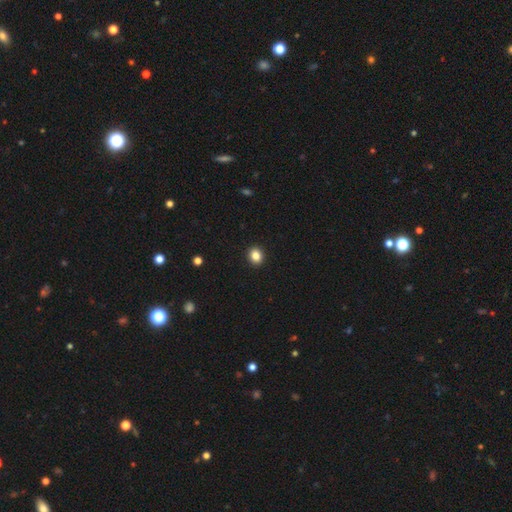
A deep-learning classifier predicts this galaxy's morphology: Smooth or featured? smooth (85%)
How rounded? round (72%)
Merging? none (93%)